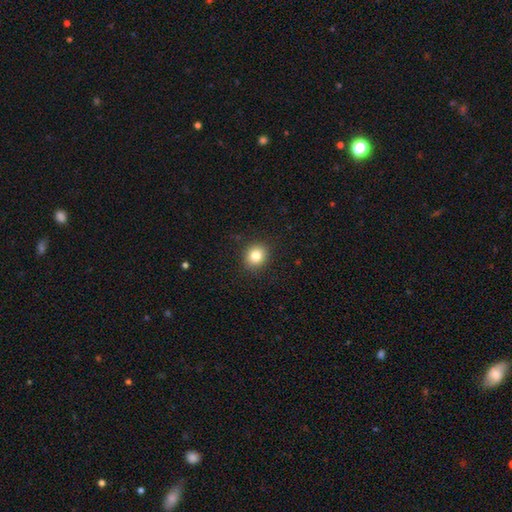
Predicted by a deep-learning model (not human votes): This appears to be a smooth galaxy with no disk features (82%) that is round (77%). Merging: none (90%).